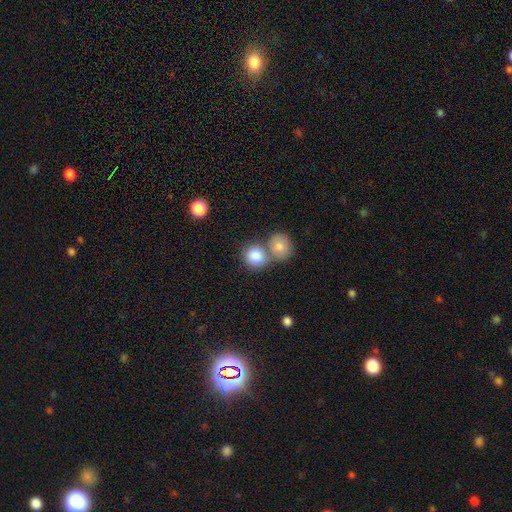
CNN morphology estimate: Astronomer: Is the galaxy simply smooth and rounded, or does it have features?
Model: smooth — 84%.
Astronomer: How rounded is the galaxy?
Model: round — 79%.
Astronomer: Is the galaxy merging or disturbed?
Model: merger — 47% (runner-up: none, 41%).